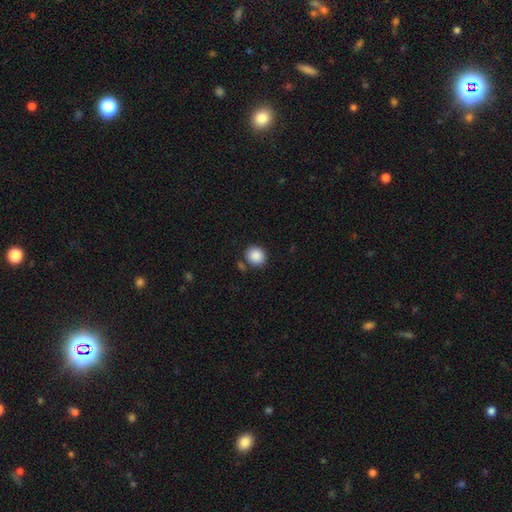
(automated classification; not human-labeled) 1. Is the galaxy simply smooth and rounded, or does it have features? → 88% smooth, 9% star or artifact, 3% featured or disk.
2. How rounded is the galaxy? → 81% round, 18% in between, 1% cigar-shaped.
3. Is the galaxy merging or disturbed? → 82% none, 10% minor disturbance, 6% merger, 3% major disturbance.